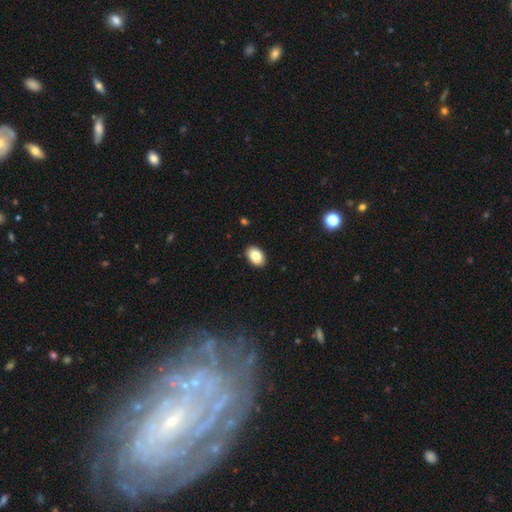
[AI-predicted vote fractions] This is clearly a smooth galaxy (82%). How rounded: clearly in between (84%). Merging: clearly none (87%).